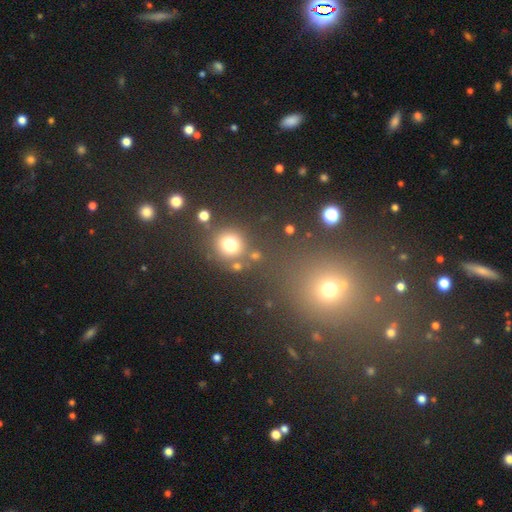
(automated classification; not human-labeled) A smooth galaxy with no disk features (61%) that is round (91%). Merging: none (79%).